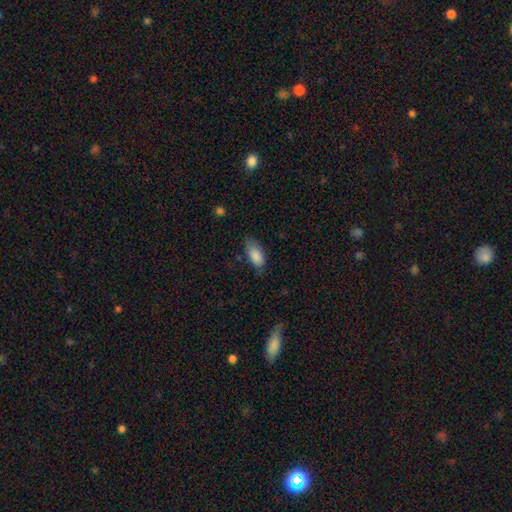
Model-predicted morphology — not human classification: Smooth or featured: smooth — 87% (star or artifact — 7%)
How rounded: in between — 92% (cigar-shaped — 6%)
Merging: none — 61% (minor disturbance — 30%)